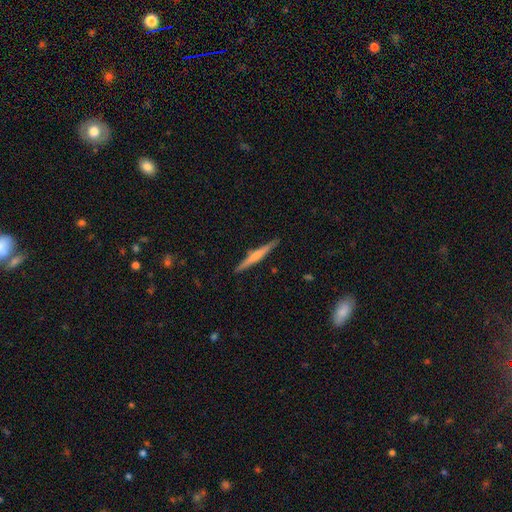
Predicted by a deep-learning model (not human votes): Smooth or featured? Predicted: featured or disk (p=0.58). Edge-on disk? Predicted: yes (p=0.98). Edge-on bulge? Predicted: rounded (p=0.50). Merging? Predicted: none (p=0.90).